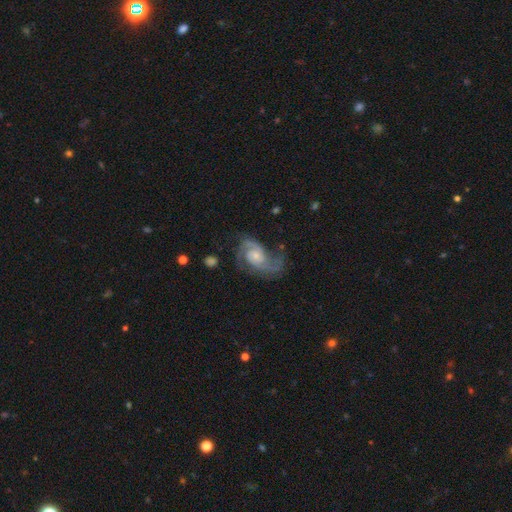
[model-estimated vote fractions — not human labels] Smooth or featured? Predicted: featured or disk (p=0.89). Edge-on disk? Predicted: no (p=0.98). Bar? Predicted: no (p=0.63). Spiral arms? Predicted: yes (p=0.97). Spiral winding? Predicted: medium (p=0.52). Spiral arm count? Predicted: 2 (p=0.81). Bulge size? Predicted: small (p=0.55). Merging? Predicted: none (p=0.61).